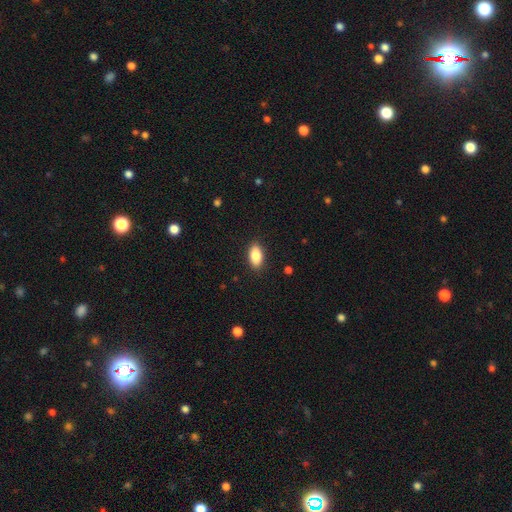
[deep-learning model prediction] Smooth or featured?
  - smooth: 86% *
  - star or artifact: 7%
  - featured or disk: 7%
How rounded?
  - in between: 90% *
  - cigar-shaped: 6%
  - round: 4%
Merging?
  - none: 89% *
  - minor disturbance: 8%
  - major disturbance: 2%
  - merger: 1%